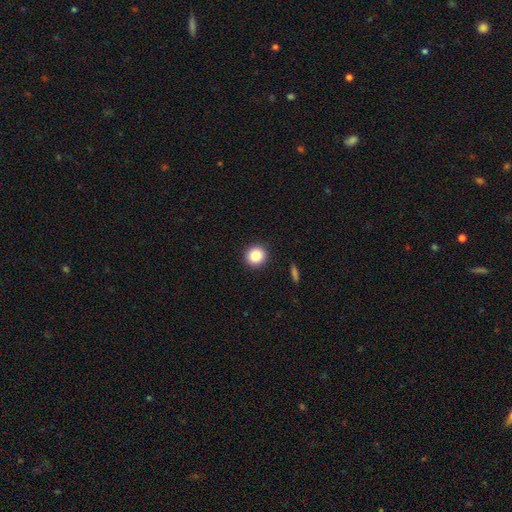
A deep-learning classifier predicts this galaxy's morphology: A smooth galaxy with no disk features (84%) that is round (94%). Merging: none (92%).